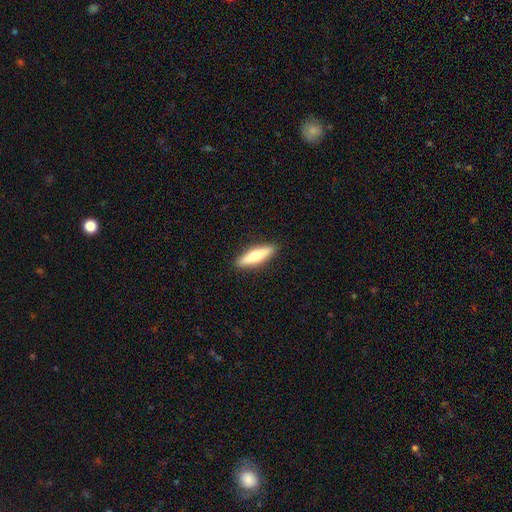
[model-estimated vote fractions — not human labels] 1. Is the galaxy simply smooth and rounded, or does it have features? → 55% smooth, 39% featured or disk, 5% star or artifact.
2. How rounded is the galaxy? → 71% cigar-shaped, 28% in between, 2% round.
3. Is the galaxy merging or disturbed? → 91% none, 7% minor disturbance, 2% major disturbance, 1% merger.